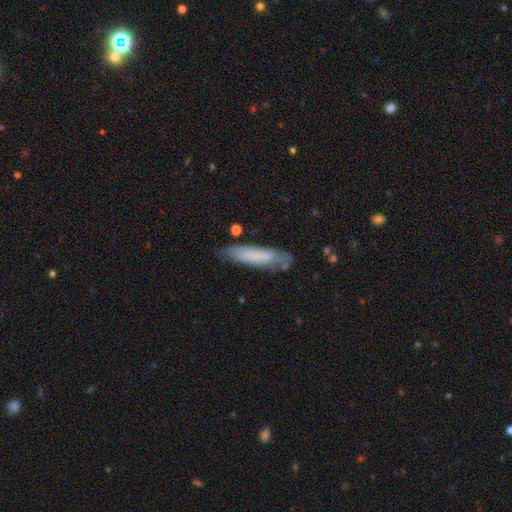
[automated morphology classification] Smooth or featured?
  - smooth: 65% *
  - featured or disk: 28%
  - star or artifact: 7%
How rounded?
  - cigar-shaped: 73% *
  - in between: 26%
  - round: 1%
Merging?
  - none: 66% *
  - minor disturbance: 23%
  - major disturbance: 7%
  - merger: 4%